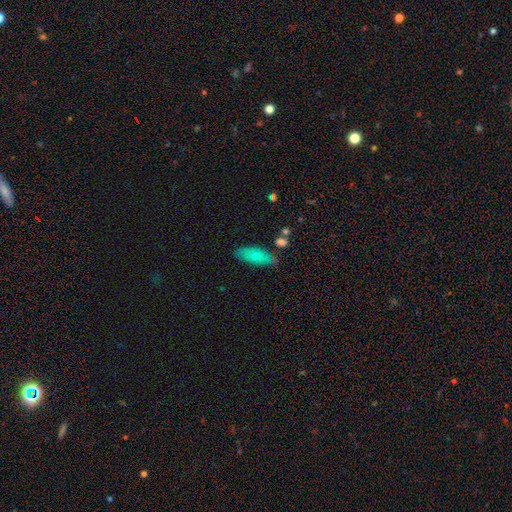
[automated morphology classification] smooth_or_featured: smooth (p=0.68) [alt: featured or disk p=0.23]
how_rounded: in between (p=0.72) [alt: cigar-shaped p=0.25]
merging: none (p=0.74) [alt: minor disturbance p=0.18]